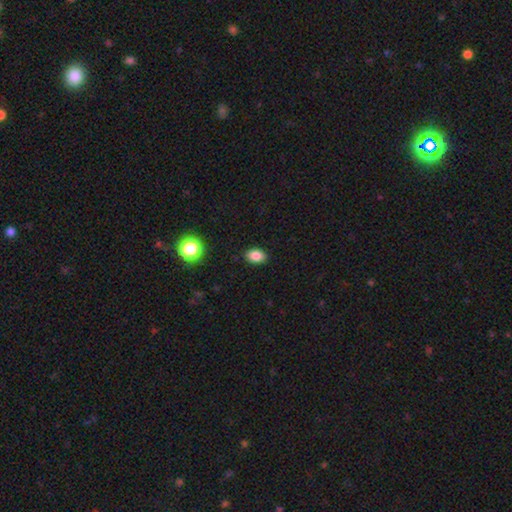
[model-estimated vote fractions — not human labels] A smooth galaxy with no disk features (85%) that is in between round and cigar-shaped (80%). Merging: none (89%).